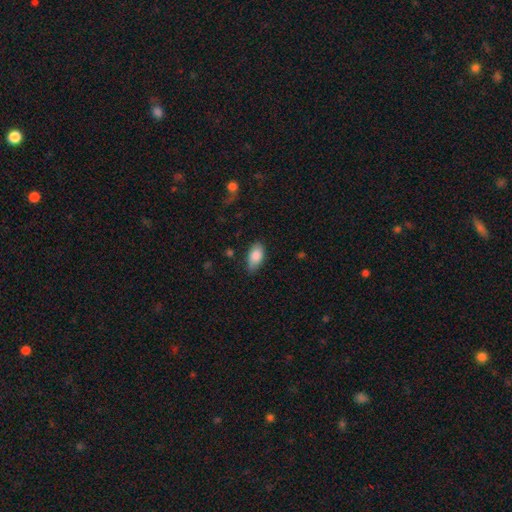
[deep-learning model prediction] The model was most divided on "merging": none: 70%, minor disturbance: 24%, major disturbance: 4%, merger: 1%. More confident: how rounded — in between (92%); smooth or featured — smooth (86%).